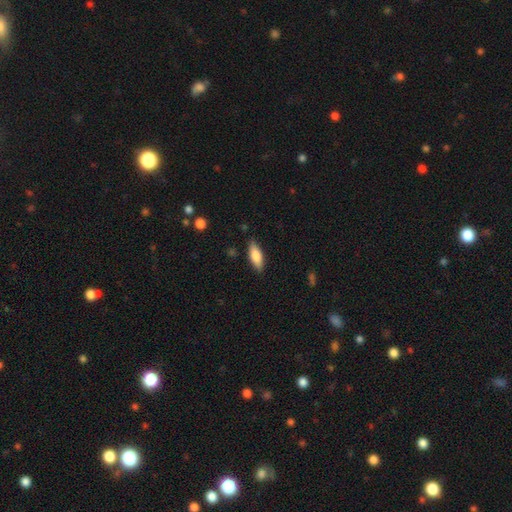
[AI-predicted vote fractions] Smooth or featured? Predicted: smooth (p=0.79). How rounded? Predicted: in between (p=0.61). Merging? Predicted: none (p=0.85).